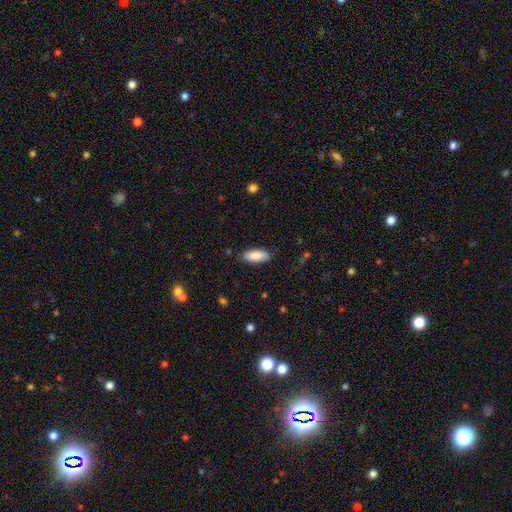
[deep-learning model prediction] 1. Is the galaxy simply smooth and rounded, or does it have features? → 88% smooth, 6% star or artifact, 6% featured or disk.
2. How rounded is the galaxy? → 81% in between, 17% cigar-shaped, 2% round.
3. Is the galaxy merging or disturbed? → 87% none, 10% minor disturbance, 2% major disturbance, 1% merger.